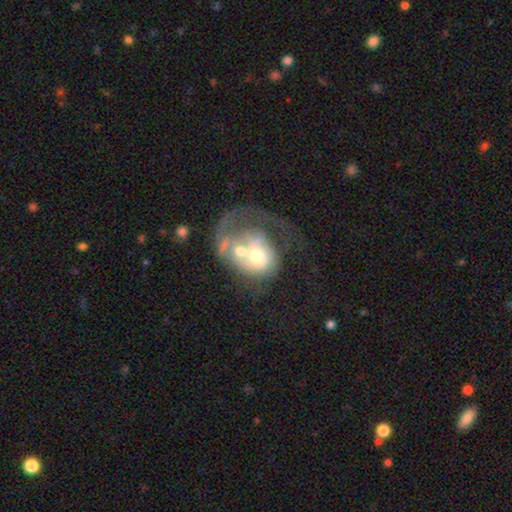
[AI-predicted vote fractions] A featured or disk galaxy (59%) with no bar (78%), no spiral arms (51%) and a moderate central bulge (60%). Merging: merger (48%).